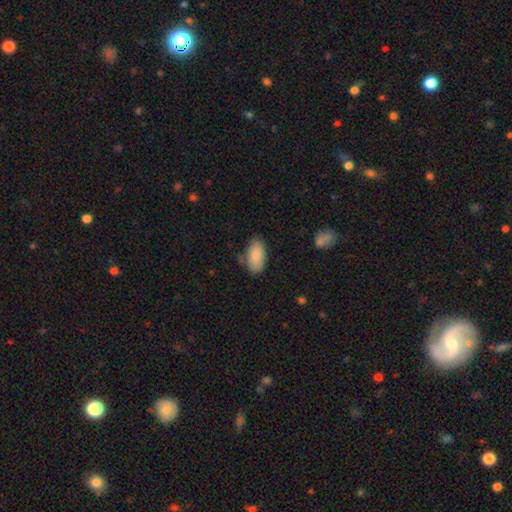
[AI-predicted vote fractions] smooth_or_featured: smooth (p=0.87) [alt: featured or disk p=0.07]
how_rounded: in between (p=0.94) [alt: cigar-shaped p=0.03]
merging: none (p=0.70) [alt: minor disturbance p=0.22]